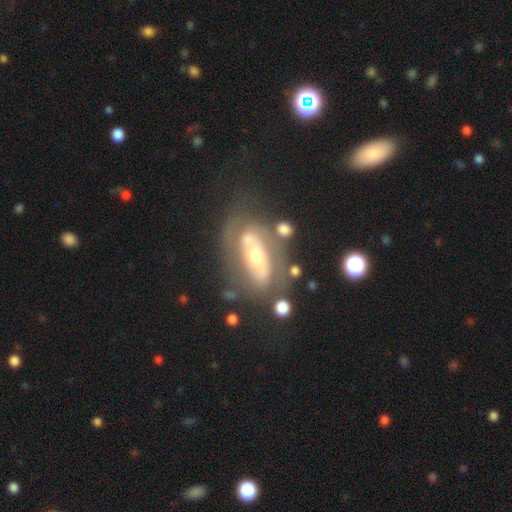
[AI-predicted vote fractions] A featured or disk galaxy (74%) with no bar (47%), spiral arms (64%) and a moderate central bulge (56%).

Vote fractions:
- Smooth or featured? featured or disk: 74% / smooth: 19% / star or artifact: 7%
- Edge-on disk? no: 89% / yes: 11%
- Bar? no: 47% / strong: 29% / weak: 24%
- Spiral arms? yes: 64% / no: 36%
- Bulge size? moderate: 56% / small: 35% / large: 6% / dominant: 1% / none: 1%
- Merging? none: 61% / minor disturbance: 18% / major disturbance: 15% / merger: 6%